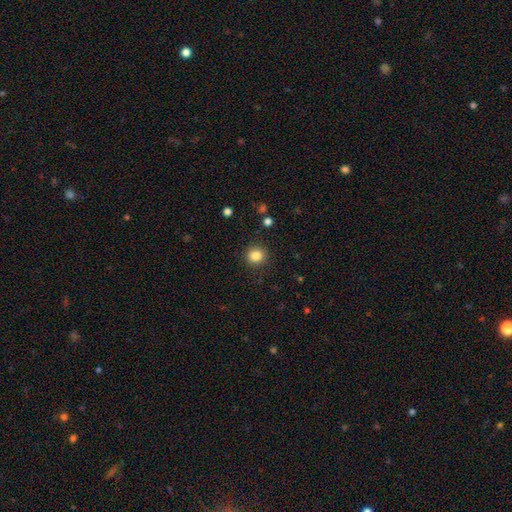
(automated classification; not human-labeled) Smooth or featured? Predicted: smooth (p=0.84). How rounded? Predicted: round (p=0.89). Merging? Predicted: none (p=0.91).